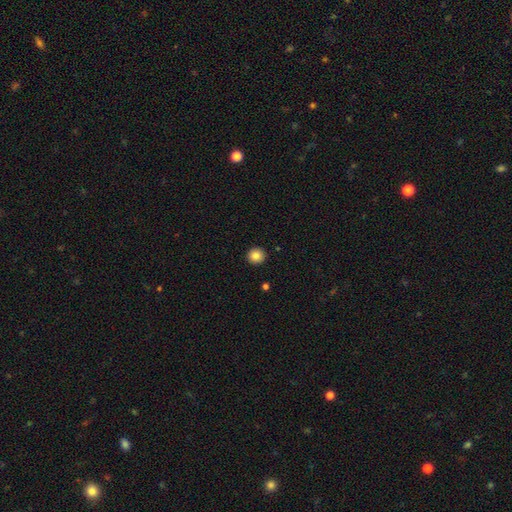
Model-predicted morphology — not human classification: Smooth or featured?
  - smooth: 85% *
  - star or artifact: 10%
  - featured or disk: 6%
How rounded?
  - round: 93% *
  - in between: 6%
  - cigar-shaped: 1%
Merging?
  - none: 93% *
  - minor disturbance: 4%
  - major disturbance: 1%
  - merger: 1%